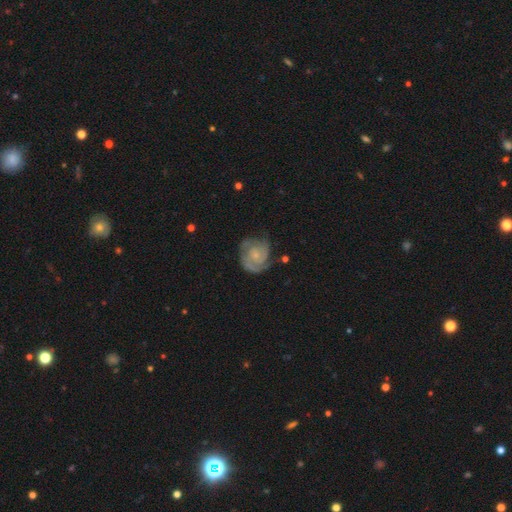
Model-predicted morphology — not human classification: Smooth or featured?
  - featured or disk: 82% *
  - smooth: 13%
  - star or artifact: 5%
Edge-on disk?
  - no: 98% *
  - yes: 2%
Bar?
  - no: 75% *
  - weak: 21%
  - strong: 4%
Spiral arms?
  - yes: 95% *
  - no: 5%
Spiral winding?
  - tight: 58% *
  - medium: 34%
  - loose: 8%
Spiral arm count?
  - 2: 43% *
  - 3: 26%
  - can't tell: 17%
  - 1: 5%
  - 4: 5%
  - more than 4: 4%
Bulge size?
  - small: 73% *
  - moderate: 19%
  - none: 7%
  - large: 1%
  - dominant: 1%
Merging?
  - none: 66% *
  - minor disturbance: 22%
  - major disturbance: 10%
  - merger: 2%